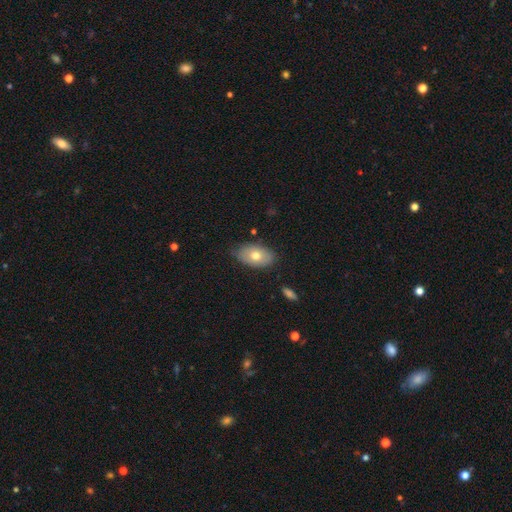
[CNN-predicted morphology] Smooth or featured?
  - smooth: 68% *
  - featured or disk: 25%
  - star or artifact: 7%
How rounded?
  - in between: 91% *
  - round: 7%
  - cigar-shaped: 2%
Merging?
  - none: 78% *
  - minor disturbance: 17%
  - major disturbance: 3%
  - merger: 2%